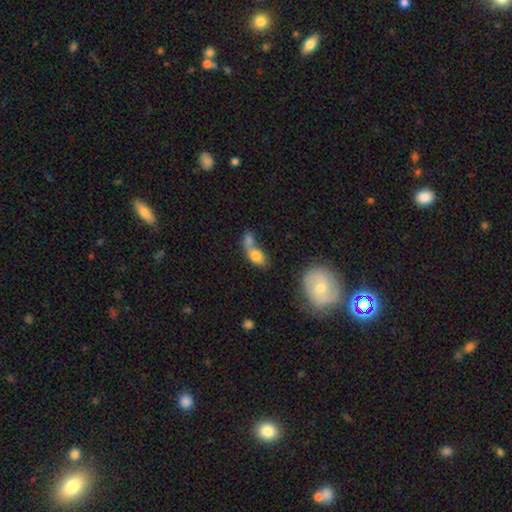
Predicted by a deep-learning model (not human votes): smooth-or-featured: smooth: 76% | featured or disk: 15% | star or artifact: 8%
  how-rounded: in between: 80% | round: 15% | cigar-shaped: 5%
  merging: merger: 62% | none: 22% | minor disturbance: 9% | major disturbance: 7%